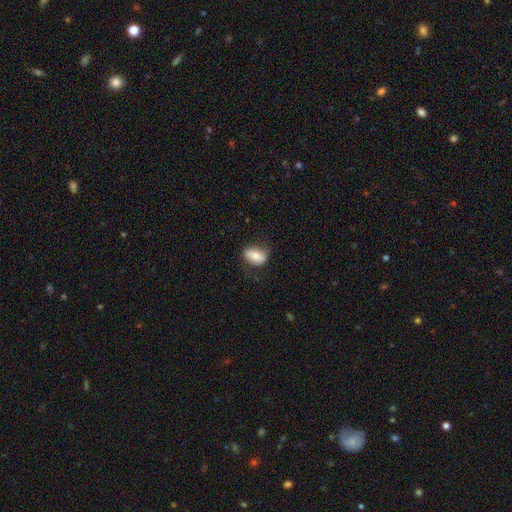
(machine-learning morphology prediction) smooth-or-featured: smooth: 68% | featured or disk: 25% | star or artifact: 7%
  how-rounded: in between: 84% | round: 13% | cigar-shaped: 3%
  merging: none: 69% | minor disturbance: 23% | major disturbance: 7% | merger: 1%